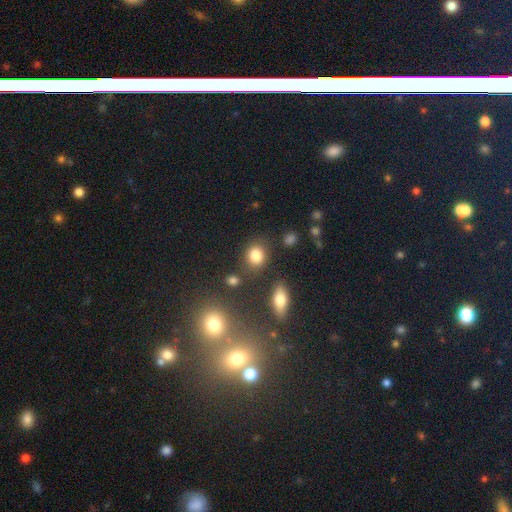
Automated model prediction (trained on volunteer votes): Smooth or featured? smooth (82%)
How rounded? round (62%)
Merging? none (75%)